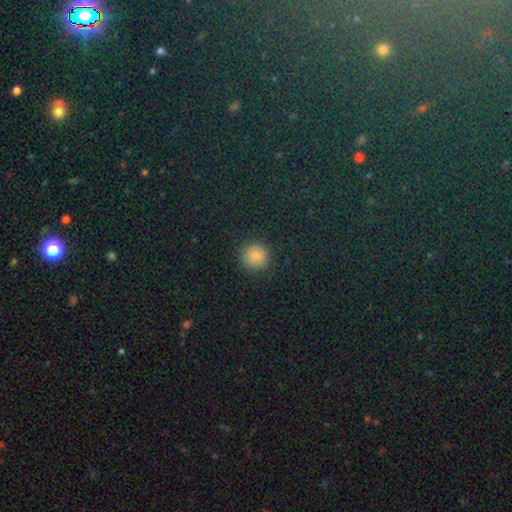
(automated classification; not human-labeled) Smooth or featured? Predicted: smooth (p=0.79). How rounded? Predicted: round (p=0.94). Merging? Predicted: none (p=0.89).